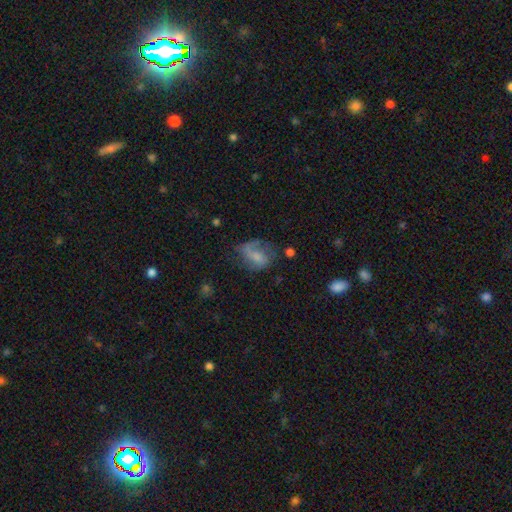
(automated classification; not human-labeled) Q: Smooth or featured?
A: featured or disk (52%); runner-up: smooth (39%)
Q: Edge-on disk?
A: no (97%); runner-up: yes (3%)
Q: Bar?
A: no (51%); runner-up: weak (39%)
Q: Spiral arms?
A: yes (79%); runner-up: no (21%)
Q: Bulge size?
A: small (31%); tied with: none (31%)
Q: Merging?
A: none (41%); runner-up: major disturbance (29%)